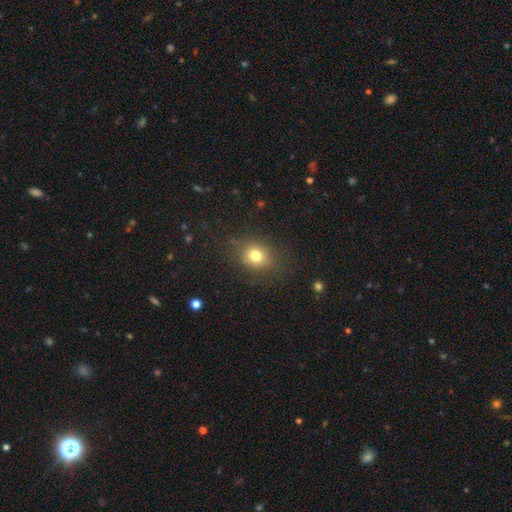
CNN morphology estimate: type=smooth (77%); roundness=round (68%); merging=none (80%).